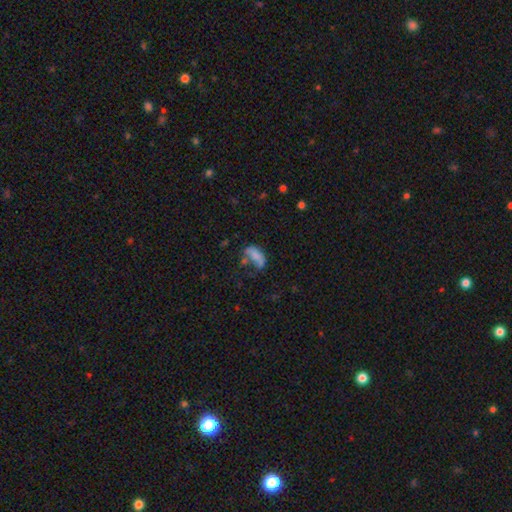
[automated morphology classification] Q: Smooth or featured?
A: smooth (65%); runner-up: featured or disk (23%)
Q: How rounded?
A: in between (86%); runner-up: cigar-shaped (9%)
Q: Merging?
A: major disturbance (28%); tied with: none (28%)